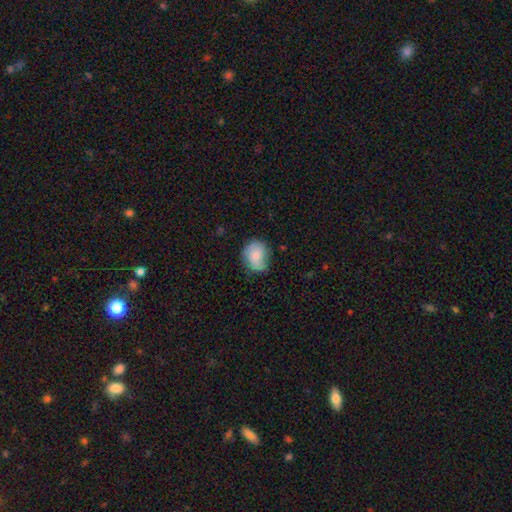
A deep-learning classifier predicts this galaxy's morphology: A smooth galaxy with no disk features (69%) that is round (53%).

Vote fractions:
- Smooth or featured? smooth: 69% / featured or disk: 23% / star or artifact: 8%
- How rounded? round: 53% / in between: 46% / cigar-shaped: 1%
- Merging? none: 58% / minor disturbance: 30% / major disturbance: 10% / merger: 2%